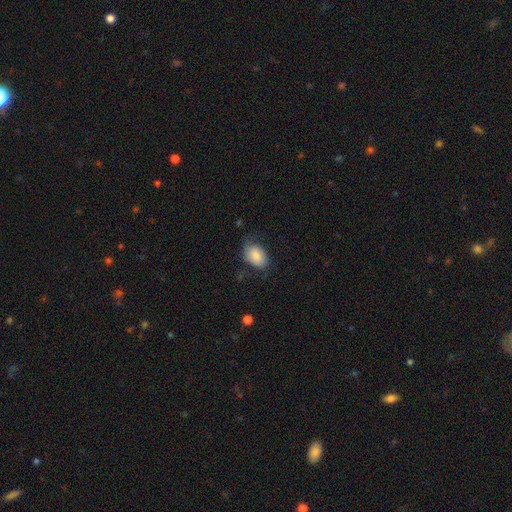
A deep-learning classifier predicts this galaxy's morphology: The model was most divided on "merging": none: 59%, minor disturbance: 29%, major disturbance: 10%, merger: 2%. More confident: how rounded — in between (85%); smooth or featured — smooth (81%).